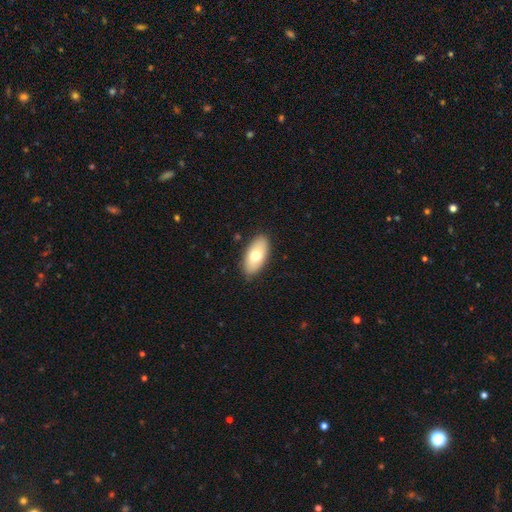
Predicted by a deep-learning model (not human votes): Smooth or featured: smooth — 70% (featured or disk — 23%)
How rounded: in between — 93% (cigar-shaped — 4%)
Merging: none — 87% (minor disturbance — 10%)